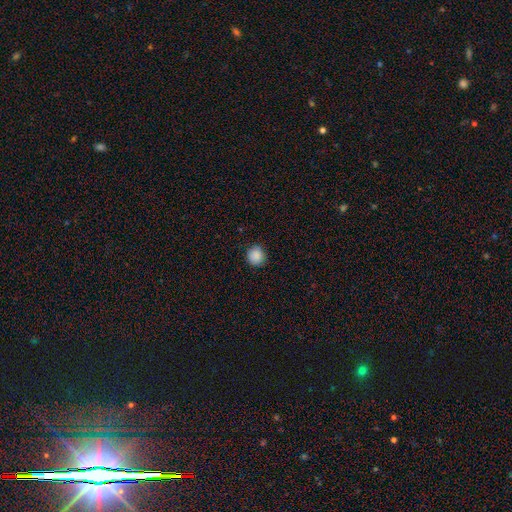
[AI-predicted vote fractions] A smooth galaxy with no disk features (88%) that is round (91%).

Vote fractions:
- Smooth or featured? smooth: 88% / star or artifact: 9% / featured or disk: 3%
- How rounded? round: 91% / in between: 9% / cigar-shaped: 1%
- Merging? none: 87% / minor disturbance: 10% / major disturbance: 2% / merger: 1%